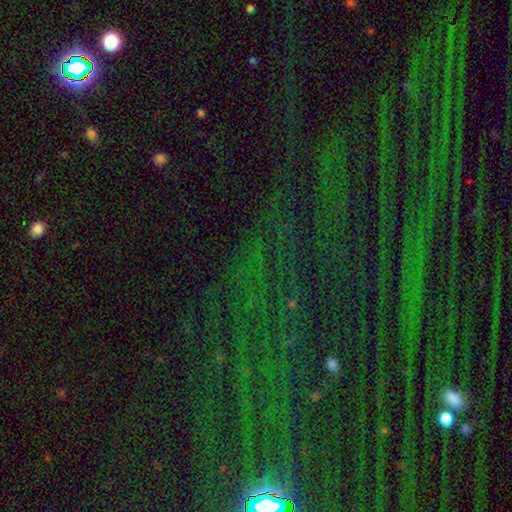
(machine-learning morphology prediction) A star or artifact, not a galaxy (82%).